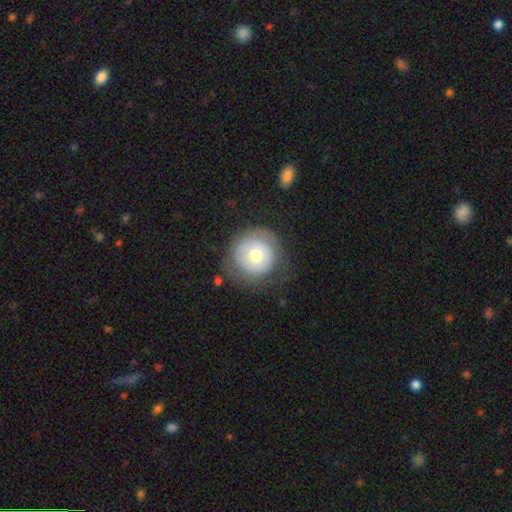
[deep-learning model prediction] The model was most divided on "smooth or featured": smooth: 55%, featured or disk: 38%, star or artifact: 7%. More confident: how rounded — round (92%); merging — none (70%).